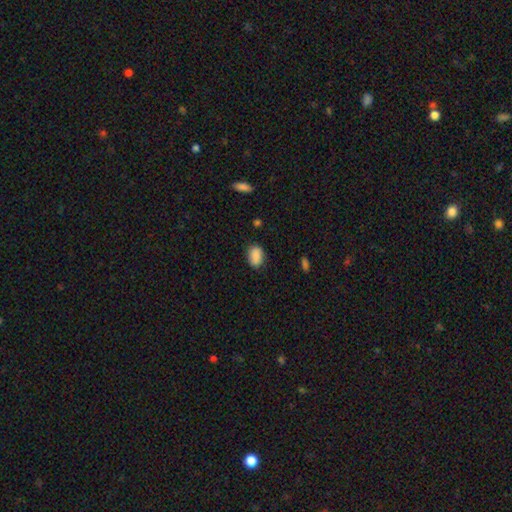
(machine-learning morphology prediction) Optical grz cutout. It shows a smooth galaxy with no disk features (87%) that is in between round and cigar-shaped (80%). Merging: none (78%).